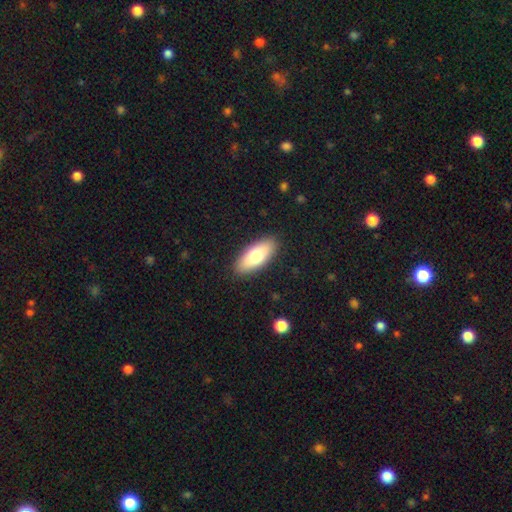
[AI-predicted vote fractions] This appears to be a smooth galaxy with no disk features (76%) that is in between round and cigar-shaped (78%). Merging: none (89%).